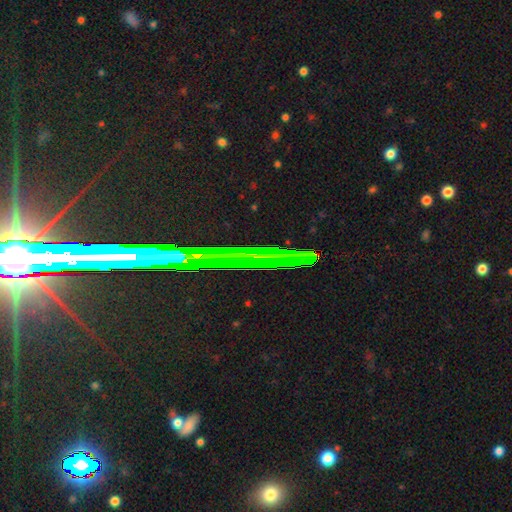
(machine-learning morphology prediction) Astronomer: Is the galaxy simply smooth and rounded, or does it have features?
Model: star or artifact — 70%.